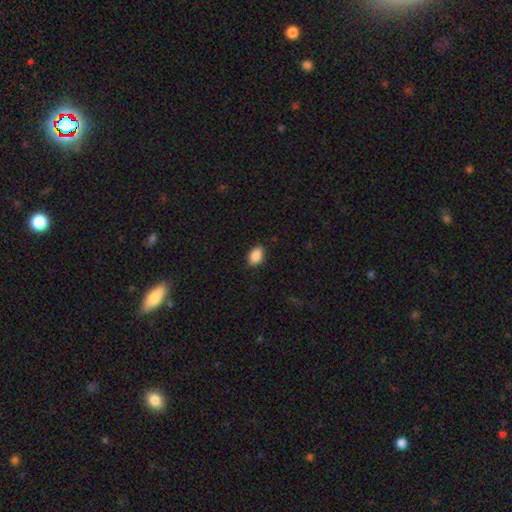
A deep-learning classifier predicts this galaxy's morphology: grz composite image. It shows a smooth galaxy with no disk features (89%) that is in between round and cigar-shaped (88%). Merging: none (88%).